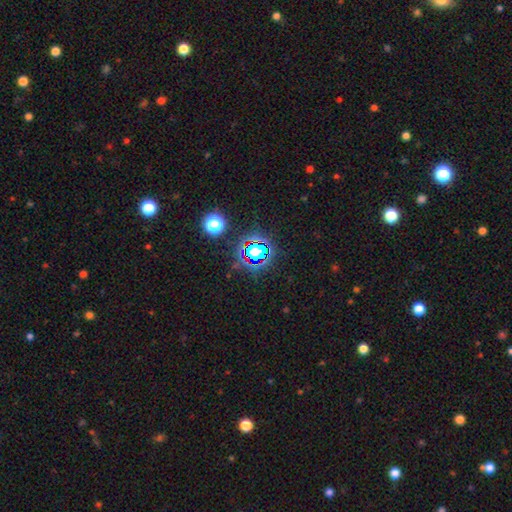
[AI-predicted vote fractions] star or artifact 68%, smooth 21%, featured or disk 12%.